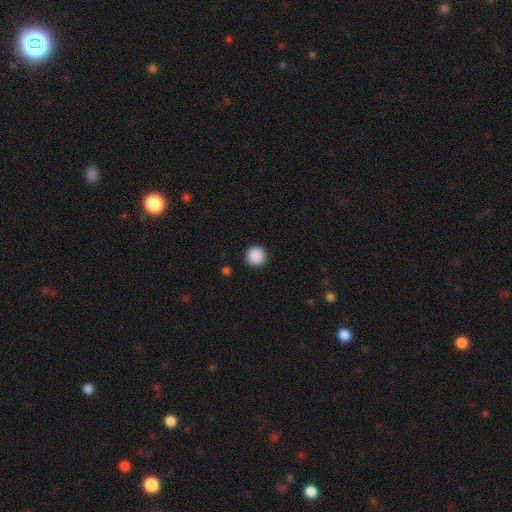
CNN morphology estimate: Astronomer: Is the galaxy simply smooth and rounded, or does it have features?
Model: smooth — 89%.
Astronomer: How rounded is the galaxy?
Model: round — 96%.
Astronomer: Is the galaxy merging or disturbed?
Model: none — 93%.